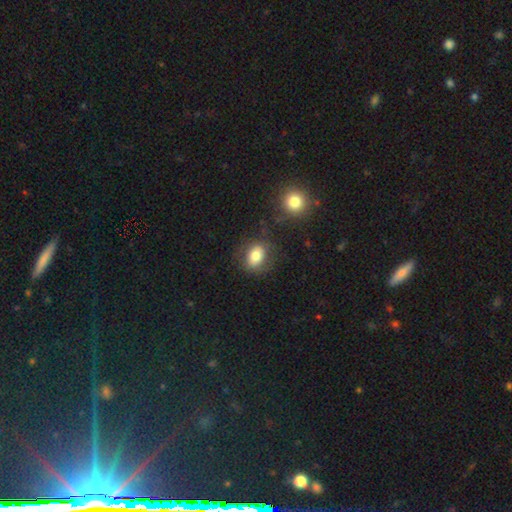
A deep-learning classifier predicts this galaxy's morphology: This is likely a smooth galaxy (77%). How rounded: likely in between (66%). Merging: likely none (71%).